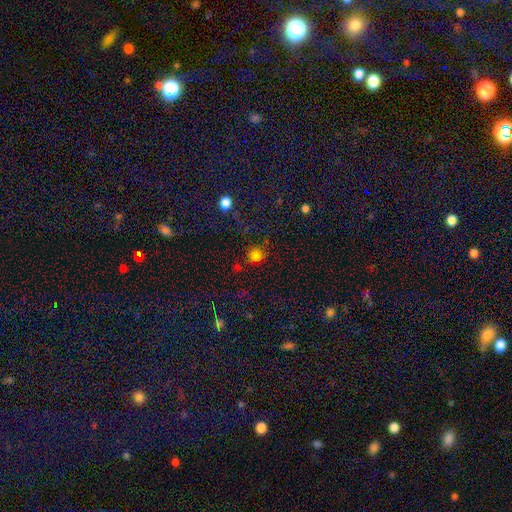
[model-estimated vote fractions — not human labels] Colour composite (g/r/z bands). It shows a smooth galaxy with no disk features (76%) that is round (88%). Merging: none (78%).